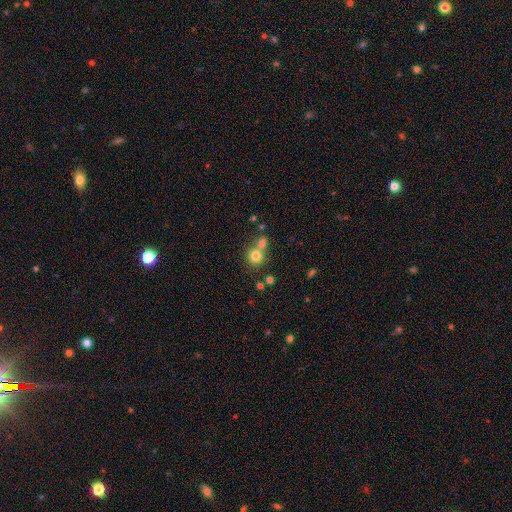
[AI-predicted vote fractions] This is likely a smooth galaxy (77%). How rounded: clearly round (86%). Merging: possibly none (47%).